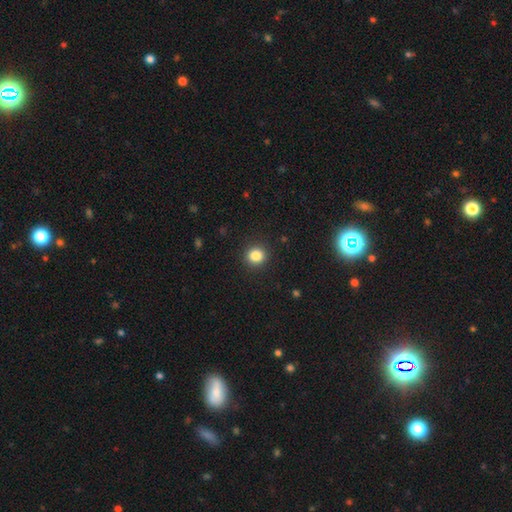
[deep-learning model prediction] This appears to be a smooth galaxy with no disk features (84%) that is round (89%). Merging: none (91%).